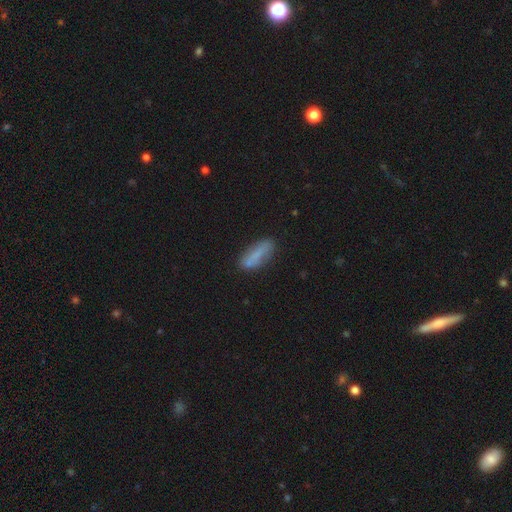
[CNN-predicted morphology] A smooth galaxy with no disk features (70%) that is in between round and cigar-shaped (49%, tied with cigar-shaped). Merging: none (68%).